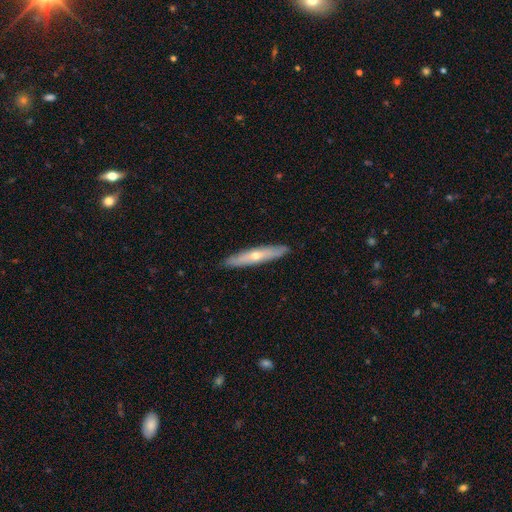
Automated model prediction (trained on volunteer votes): A featured or disk galaxy (55%) viewed edge-on (81%). Merging: none (90%).